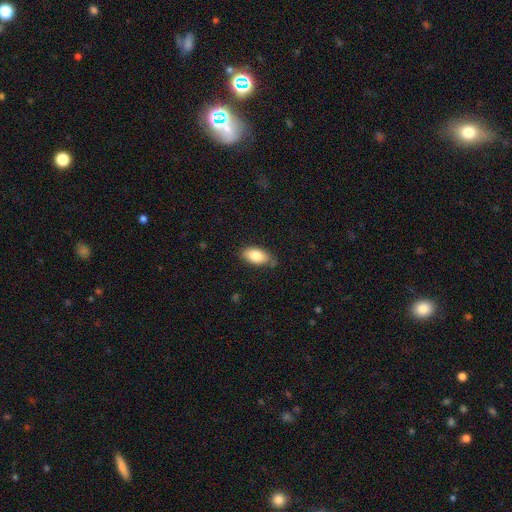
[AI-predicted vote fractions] Q: Smooth or featured?
A: smooth (82%); runner-up: featured or disk (11%)
Q: How rounded?
A: in between (92%); runner-up: cigar-shaped (5%)
Q: Merging?
A: none (74%); runner-up: minor disturbance (21%)